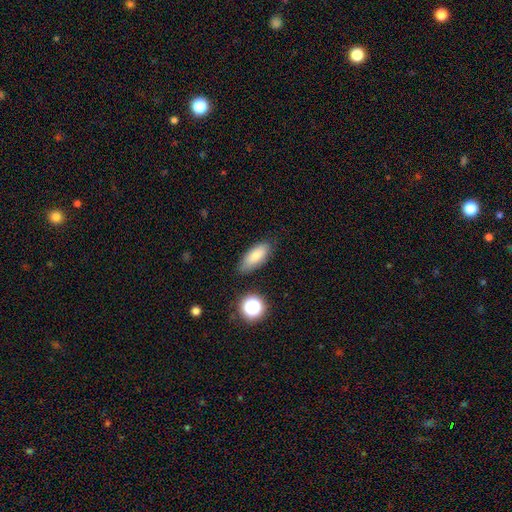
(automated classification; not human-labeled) Q: Smooth or featured?
A: smooth (80%); runner-up: featured or disk (11%)
Q: How rounded?
A: in between (79%); runner-up: cigar-shaped (18%)
Q: Merging?
A: none (78%); runner-up: minor disturbance (16%)